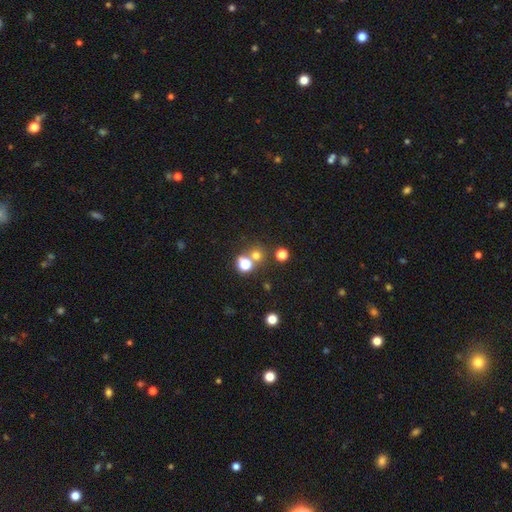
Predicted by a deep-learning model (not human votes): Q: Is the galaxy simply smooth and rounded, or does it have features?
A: smooth — 68%.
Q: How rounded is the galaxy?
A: round — 88%.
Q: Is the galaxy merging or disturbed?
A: none — 63%.